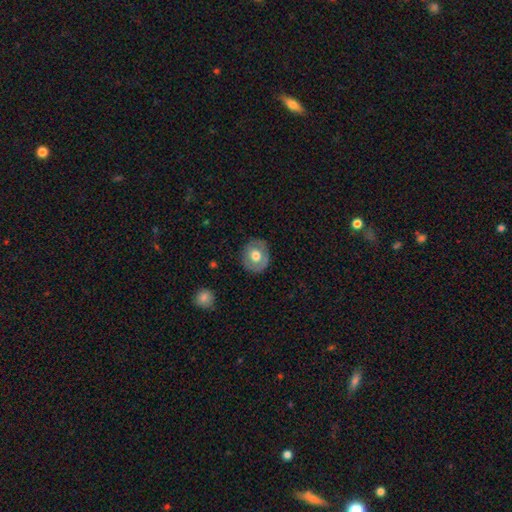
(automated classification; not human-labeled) A smooth galaxy with no disk features (59%) that is round (74%).

Vote fractions:
- Smooth or featured? smooth: 59% / featured or disk: 34% / star or artifact: 7%
- How rounded? round: 74% / in between: 25% / cigar-shaped: 1%
- Merging? none: 82% / minor disturbance: 13% / major disturbance: 4% / merger: 1%